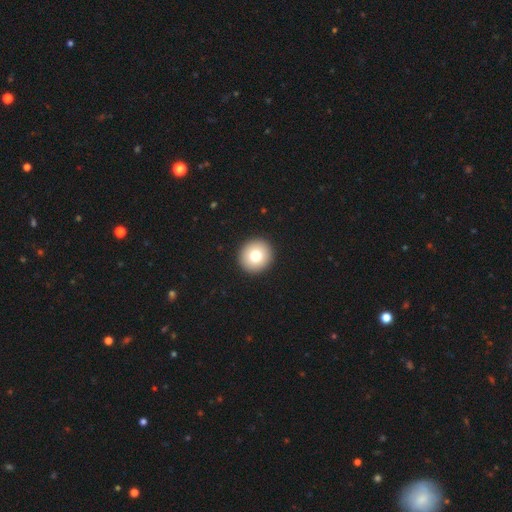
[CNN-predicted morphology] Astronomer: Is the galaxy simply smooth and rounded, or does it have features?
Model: smooth — 77%.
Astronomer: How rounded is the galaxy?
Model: round — 94%.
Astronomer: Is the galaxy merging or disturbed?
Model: none — 94%.